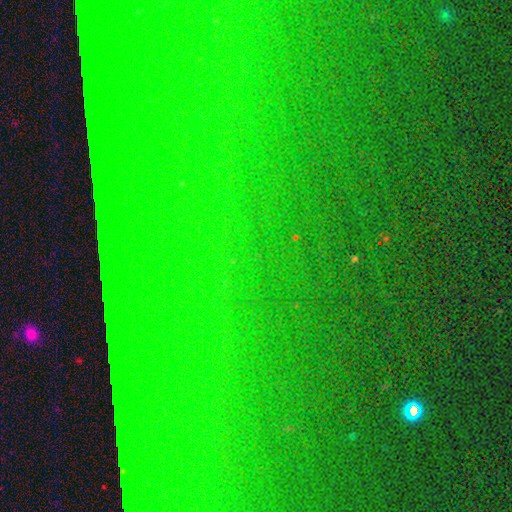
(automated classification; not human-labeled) Smooth or featured: star or artifact — 82% (smooth — 10%)